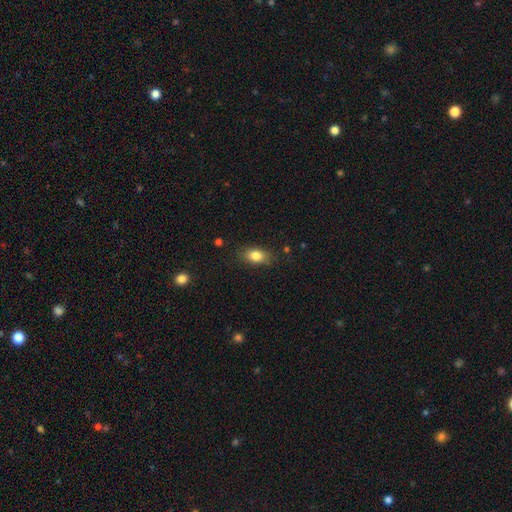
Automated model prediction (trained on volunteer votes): The model was most divided on "merging": none: 82%, minor disturbance: 14%, major disturbance: 3%, merger: 1%. More confident: how rounded — in between (82%); smooth or featured — smooth (82%).